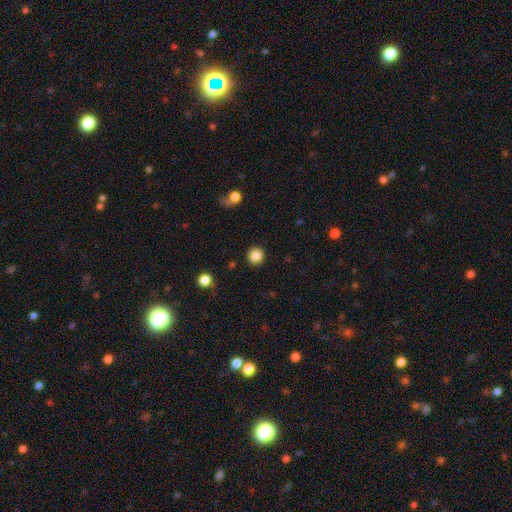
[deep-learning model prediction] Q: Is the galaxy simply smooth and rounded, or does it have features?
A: smooth — 86%.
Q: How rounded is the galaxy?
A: round — 94%.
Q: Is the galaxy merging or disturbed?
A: none — 92%.